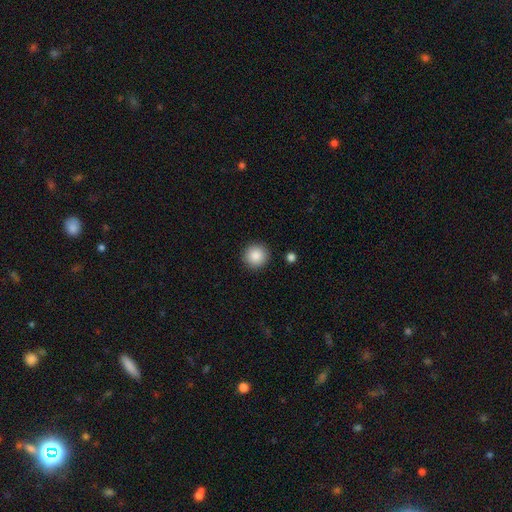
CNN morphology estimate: Smooth or featured: smooth — 87% (star or artifact — 8%)
How rounded: round — 94% (in between — 5%)
Merging: none — 91% (minor disturbance — 6%)